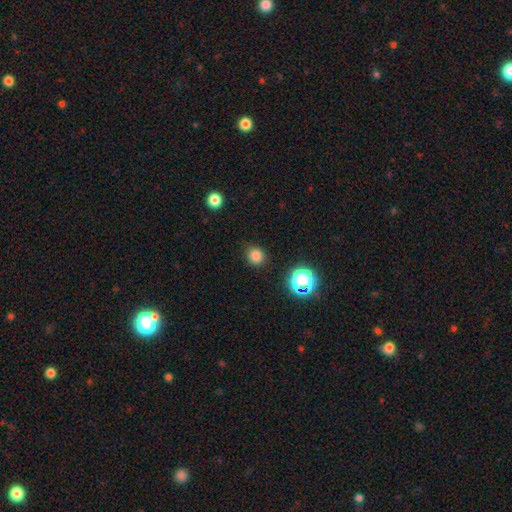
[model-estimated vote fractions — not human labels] Smooth or featured? smooth (80%)
How rounded? round (87%)
Merging? none (88%)